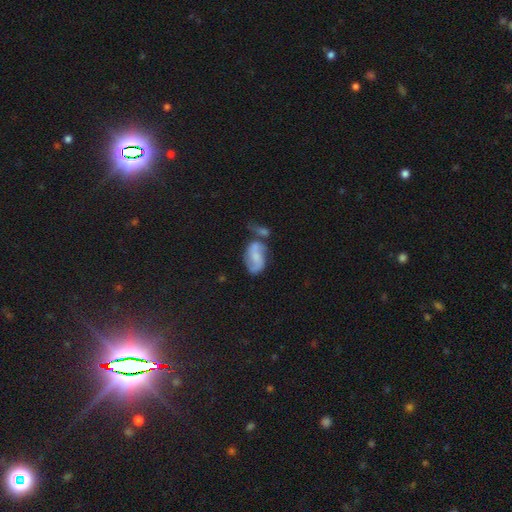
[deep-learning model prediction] Smooth or featured? featured or disk (62%)
Edge-on disk? no (96%)
Bar? no (47%)
Spiral arms? yes (87%)
Spiral winding? loose (48%)
Spiral arm count? 2 (87%)
Bulge size? none (36%)
Merging? none (35%)